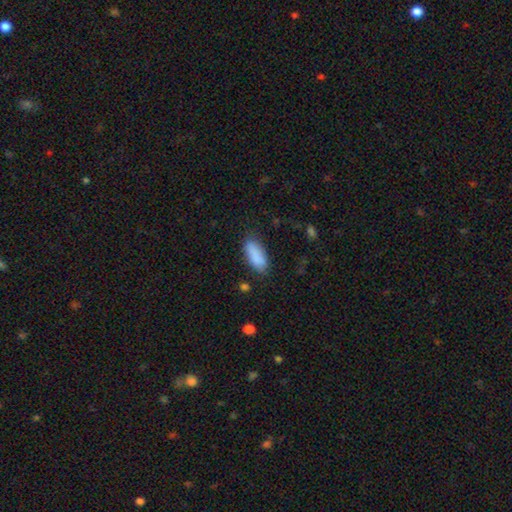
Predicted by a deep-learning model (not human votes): This is clearly a smooth galaxy (88%). How rounded: clearly in between (82%). Merging: likely none (78%).